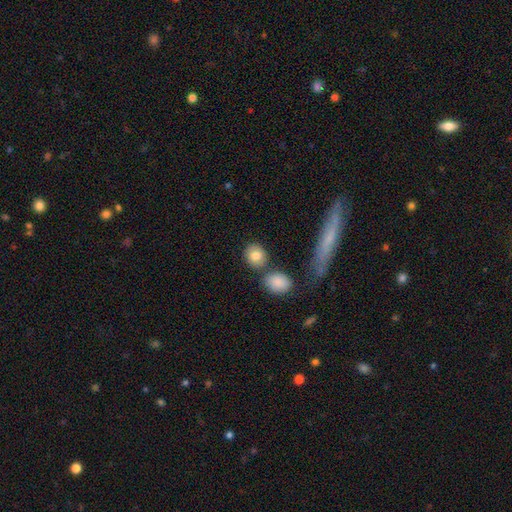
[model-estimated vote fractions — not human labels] Smooth or featured: smooth — 82% (featured or disk — 10%)
How rounded: round — 70% (in between — 28%)
Merging: none — 74% (merger — 13%)